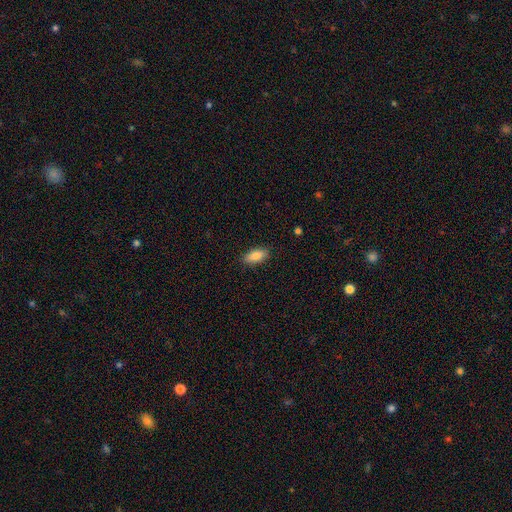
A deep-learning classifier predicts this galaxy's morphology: type=smooth (86%); roundness=in between (84%); merging=none (88%).